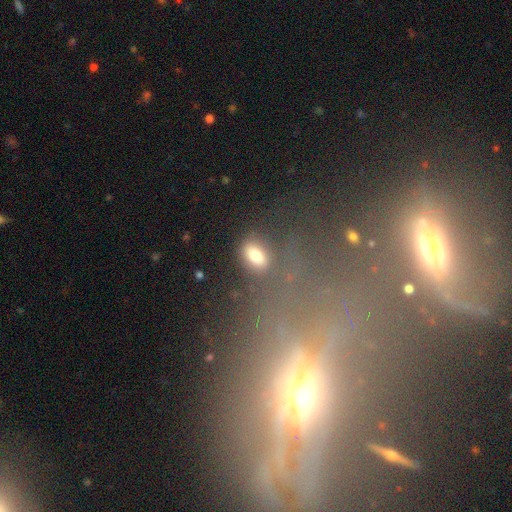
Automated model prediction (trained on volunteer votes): A smooth galaxy with no disk features (75%) that is in between round and cigar-shaped (82%). Merging: none (72%).